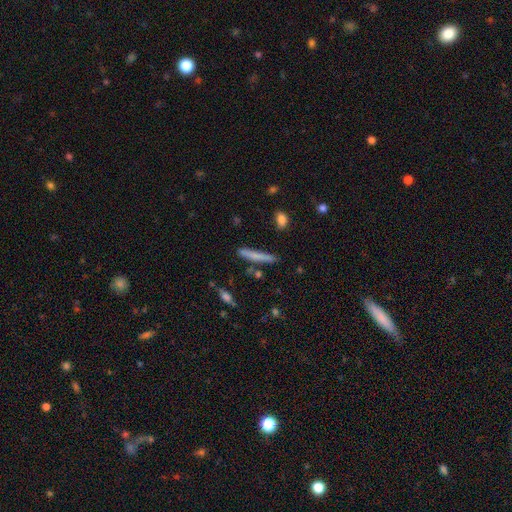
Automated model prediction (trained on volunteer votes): Smooth or featured: smooth — 70% (featured or disk — 23%)
How rounded: cigar-shaped — 94% (in between — 4%)
Merging: none — 82% (minor disturbance — 12%)